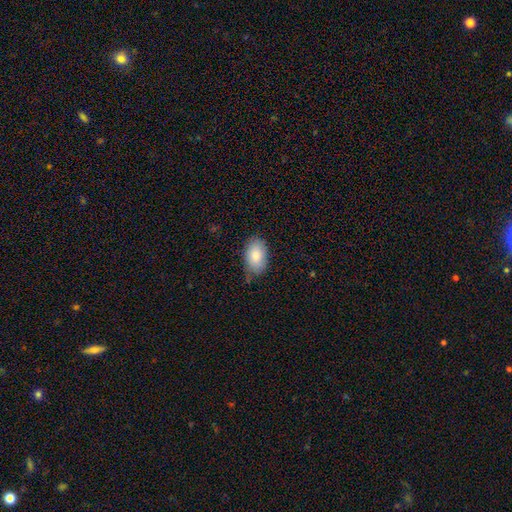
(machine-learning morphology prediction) A smooth galaxy with no disk features (82%) that is in between round and cigar-shaped (92%).

Vote fractions:
- Smooth or featured? smooth: 82% / featured or disk: 11% / star or artifact: 7%
- How rounded? in between: 92% / round: 7% / cigar-shaped: 1%
- Merging? none: 72% / minor disturbance: 23% / major disturbance: 4% / merger: 1%